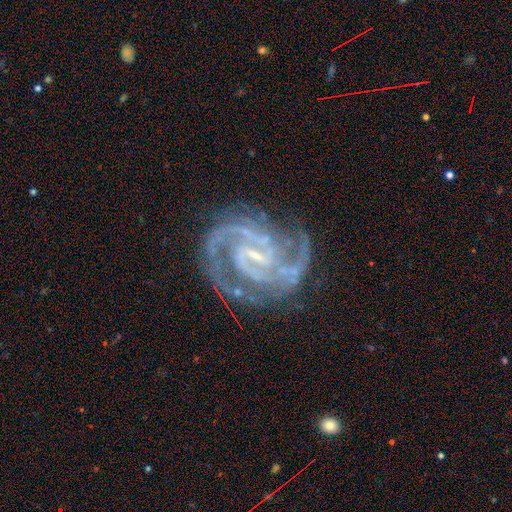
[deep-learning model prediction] Smooth or featured? featured or disk (93%)
Edge-on disk? no (98%)
Bar? weak (45%)
Spiral arms? yes (99%)
Spiral winding? tight (55%)
Spiral arm count? 2 (68%)
Bulge size? small (68%)
Merging? none (74%)